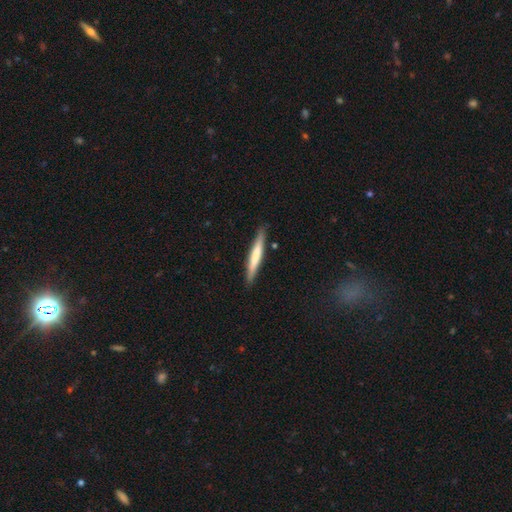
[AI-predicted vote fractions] Smooth or featured: smooth — 61% (featured or disk — 34%)
How rounded: cigar-shaped — 95% (in between — 4%)
Merging: none — 87% (minor disturbance — 10%)